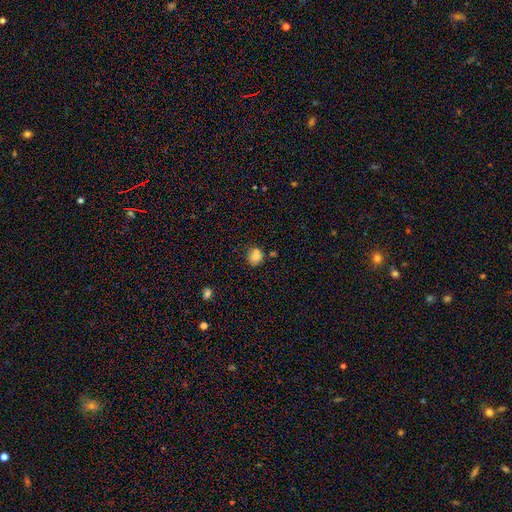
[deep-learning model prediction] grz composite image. It shows a smooth galaxy with no disk features (75%) that is round (77%). Merging: none (63%).